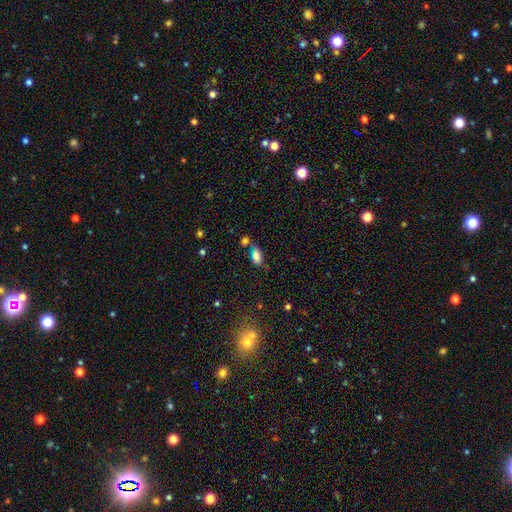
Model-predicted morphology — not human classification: Q: Smooth or featured?
A: smooth (76%); runner-up: star or artifact (13%)
Q: How rounded?
A: in between (86%); runner-up: cigar-shaped (8%)
Q: Merging?
A: none (48%); runner-up: merger (24%)